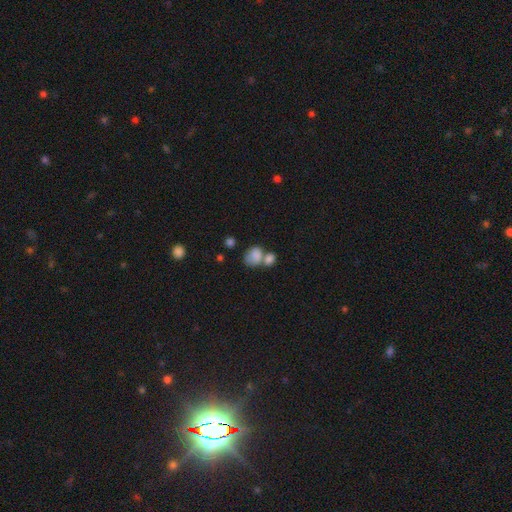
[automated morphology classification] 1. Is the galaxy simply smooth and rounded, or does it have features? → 82% smooth, 9% featured or disk, 9% star or artifact.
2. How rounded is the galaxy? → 62% in between, 37% round, 1% cigar-shaped.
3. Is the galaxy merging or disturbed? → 56% merger, 26% none, 11% minor disturbance, 7% major disturbance.